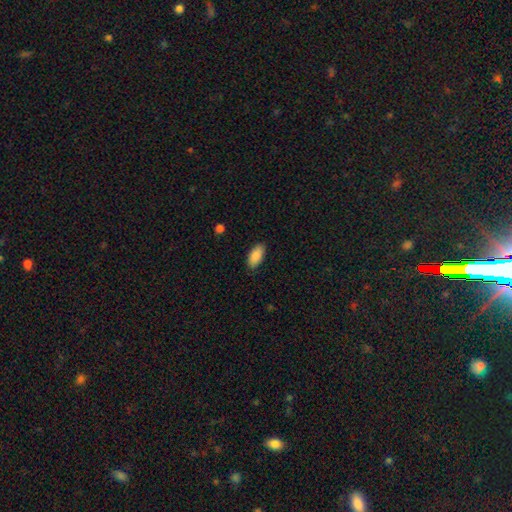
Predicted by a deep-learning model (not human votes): Smooth or featured?
  - smooth: 89% *
  - star or artifact: 6%
  - featured or disk: 5%
How rounded?
  - in between: 92% *
  - cigar-shaped: 5%
  - round: 2%
Merging?
  - none: 87% *
  - minor disturbance: 10%
  - major disturbance: 2%
  - merger: 1%